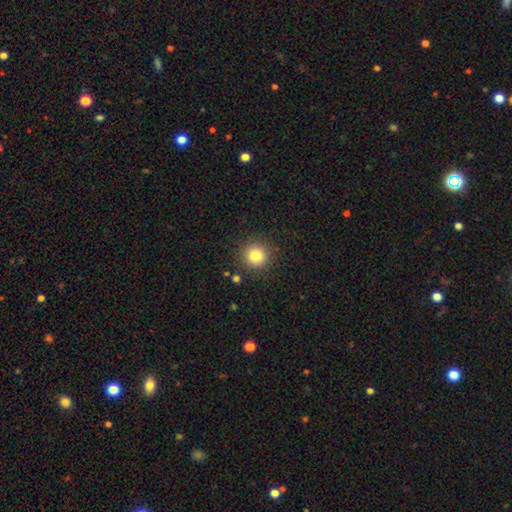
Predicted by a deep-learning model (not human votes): smooth_or_featured: smooth (p=0.82) [alt: star or artifact p=0.12]
how_rounded: round (p=0.94) [alt: in between p=0.05]
merging: none (p=0.89) [alt: minor disturbance p=0.06]